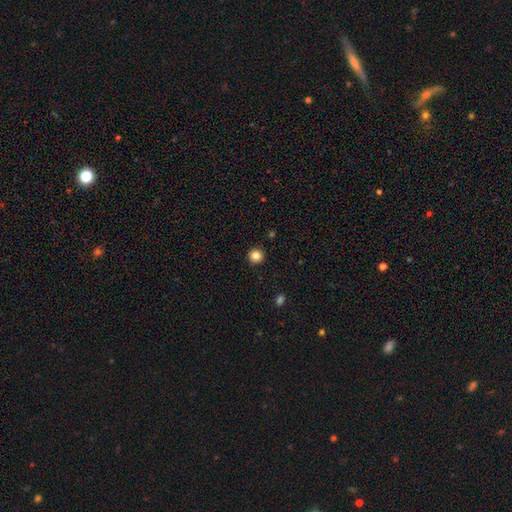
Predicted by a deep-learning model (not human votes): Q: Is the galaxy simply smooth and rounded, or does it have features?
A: smooth — 84%.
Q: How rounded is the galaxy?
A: round — 95%.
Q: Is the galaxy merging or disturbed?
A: none — 93%.